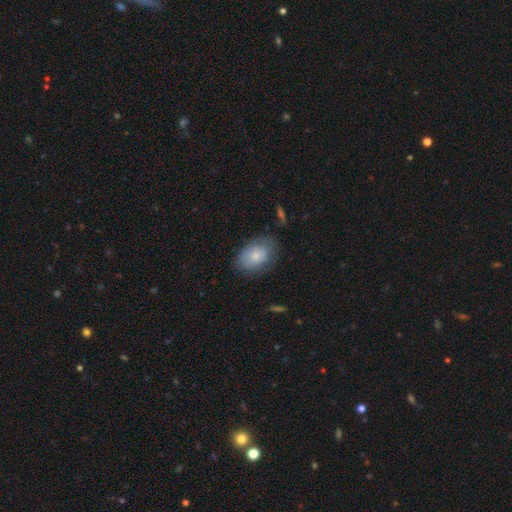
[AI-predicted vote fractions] smooth 78%, featured or disk 15%, star or artifact 7%. Down the decision tree: how rounded — in between (86%); merging — none (72%).